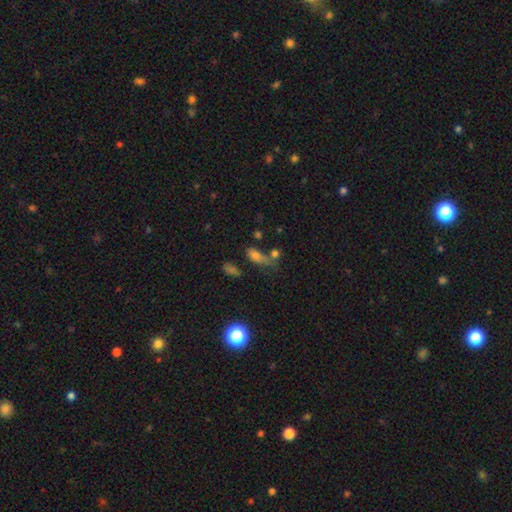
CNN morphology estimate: The model was most divided on "merging": none: 48%, merger: 23%, minor disturbance: 19%, major disturbance: 10%. More confident: how rounded — in between (71%); smooth or featured — smooth (69%).